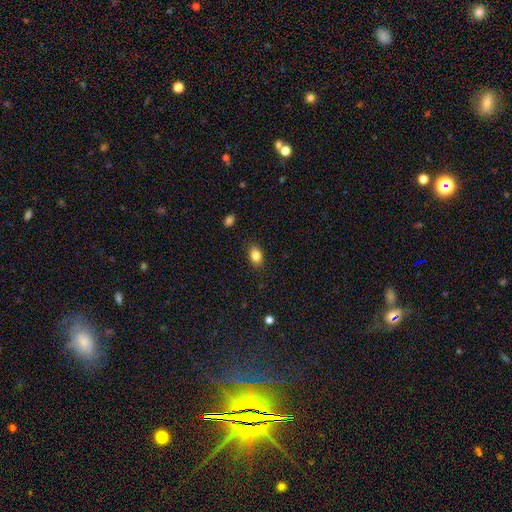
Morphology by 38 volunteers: This appears to be a smooth galaxy with no disk features (95%) that is in between round and cigar-shaped (94%). Merging: none (94%).